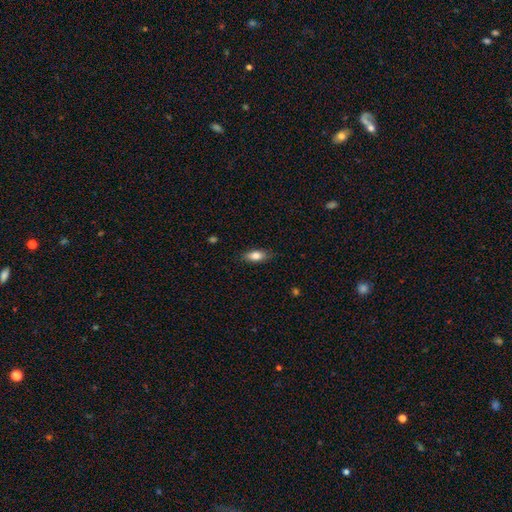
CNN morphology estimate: Q: Smooth or featured?
A: smooth (80%); runner-up: featured or disk (12%)
Q: How rounded?
A: in between (81%); runner-up: cigar-shaped (14%)
Q: Merging?
A: none (81%); runner-up: minor disturbance (15%)